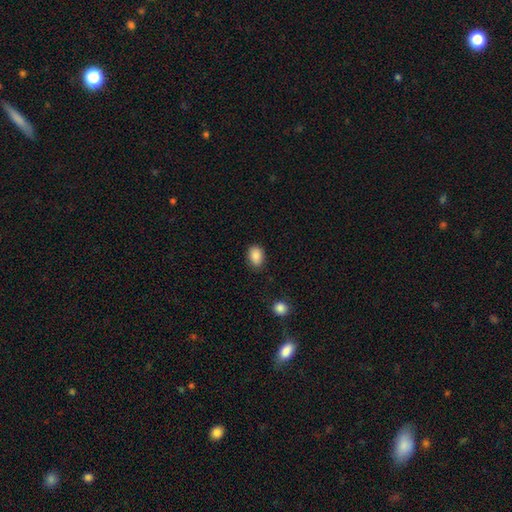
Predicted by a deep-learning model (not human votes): Morphology: type=smooth (88%); roundness=in between (76%); merging=none (83%).